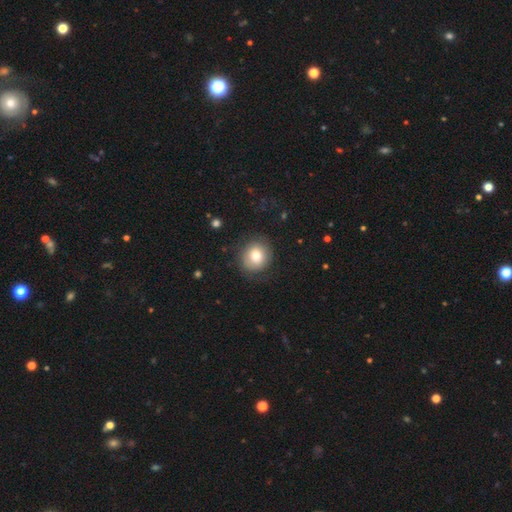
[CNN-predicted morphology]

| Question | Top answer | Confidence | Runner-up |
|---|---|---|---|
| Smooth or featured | smooth | 76% | featured or disk (14%) |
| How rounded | round | 84% | in between (15%) |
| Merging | none | 84% | minor disturbance (11%) |